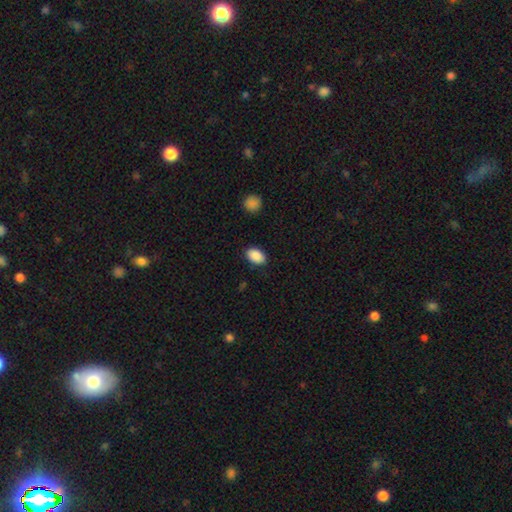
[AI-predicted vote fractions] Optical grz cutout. It shows a smooth galaxy with no disk features (90%) that is in between round and cigar-shaped (87%). Merging: none (87%).